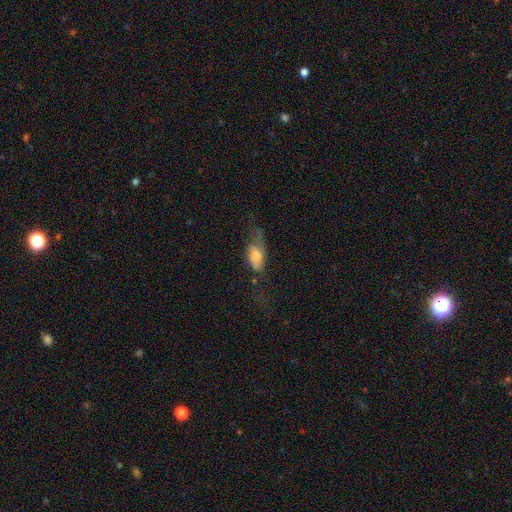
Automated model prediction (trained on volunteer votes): The model was most divided on "merging": major disturbance: 35%, none: 34%, minor disturbance: 28%, merger: 3%. More confident: how rounded — in between (81%); smooth or featured — smooth (63%).